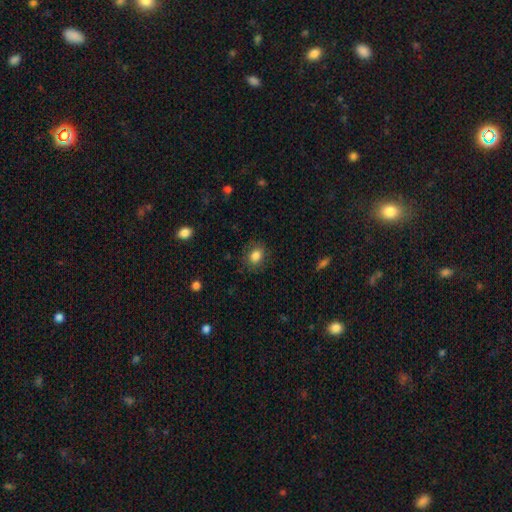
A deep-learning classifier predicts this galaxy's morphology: The model was most divided on "how rounded": round: 58%, in between: 41%, cigar-shaped: 1%. More confident: smooth or featured — smooth (82%); merging — none (82%).